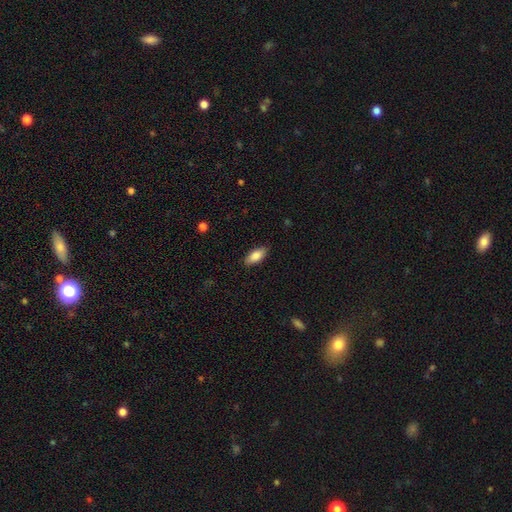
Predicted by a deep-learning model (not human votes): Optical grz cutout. It shows a smooth galaxy with no disk features (86%) that is in between round and cigar-shaped (86%). Merging: none (85%).